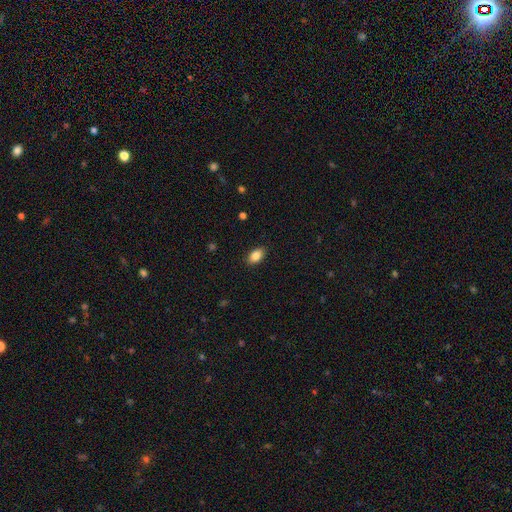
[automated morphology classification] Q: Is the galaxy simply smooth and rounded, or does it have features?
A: smooth — 85%.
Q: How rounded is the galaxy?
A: in between — 90%.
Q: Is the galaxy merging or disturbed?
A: none — 88%.